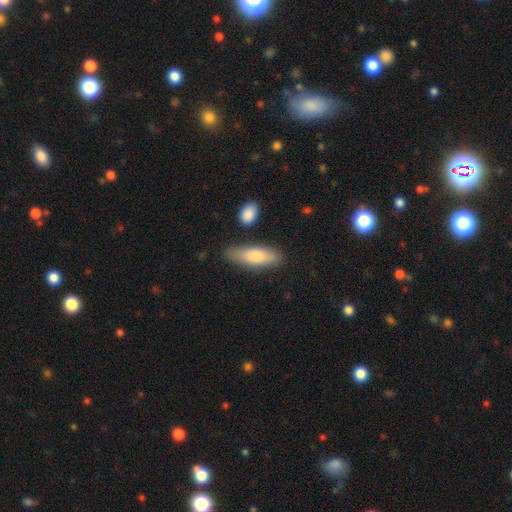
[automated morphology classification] This appears to be a smooth galaxy with no disk features (77%) that is in between round and cigar-shaped (53%). Merging: none (78%).